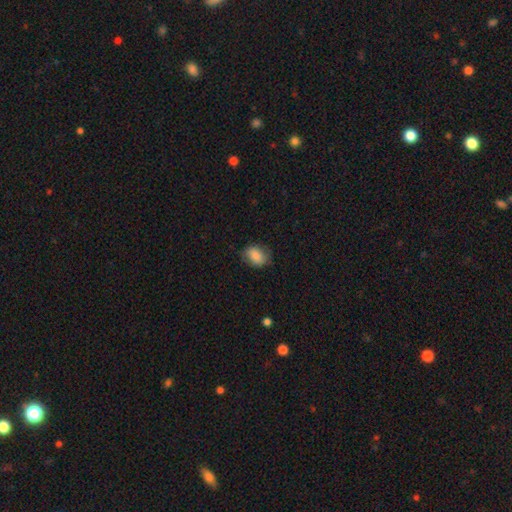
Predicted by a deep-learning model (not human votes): Overall: smooth (83%). How rounded: in between (68%; round 30%). Merging: none (74%).